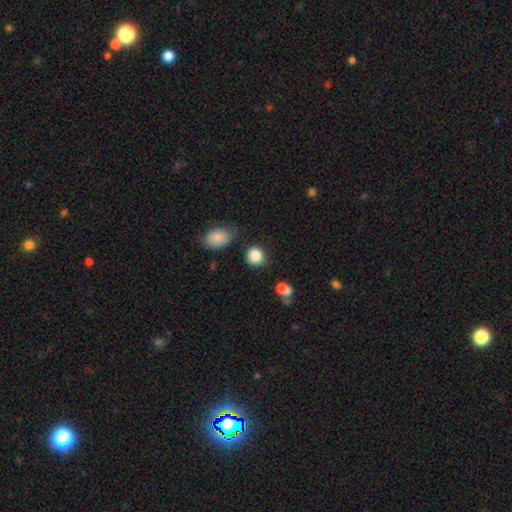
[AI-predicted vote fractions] smooth-or-featured: smooth: 86% | star or artifact: 9% | featured or disk: 5%
  how-rounded: round: 83% | in between: 16% | cigar-shaped: 1%
  merging: none: 77% | minor disturbance: 14% | merger: 5% | major disturbance: 4%